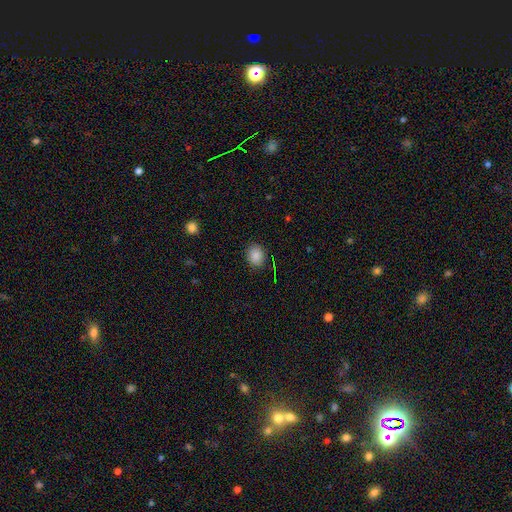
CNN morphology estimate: smooth_or_featured: smooth (p=0.87) [alt: star or artifact p=0.09]
how_rounded: round (p=0.58) [alt: in between p=0.41]
merging: none (p=0.87) [alt: minor disturbance p=0.09]